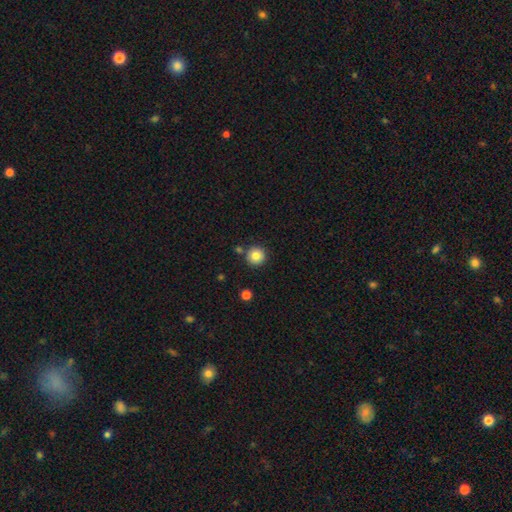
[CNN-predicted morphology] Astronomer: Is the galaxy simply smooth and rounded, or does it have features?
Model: smooth — 83%.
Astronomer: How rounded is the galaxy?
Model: round — 96%.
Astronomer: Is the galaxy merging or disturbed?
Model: none — 85%.